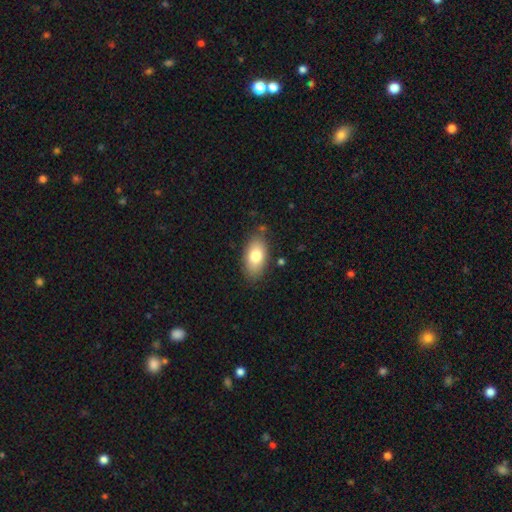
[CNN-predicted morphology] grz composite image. It shows a smooth galaxy with no disk features (79%) that is in between round and cigar-shaped (92%). Merging: none (81%).